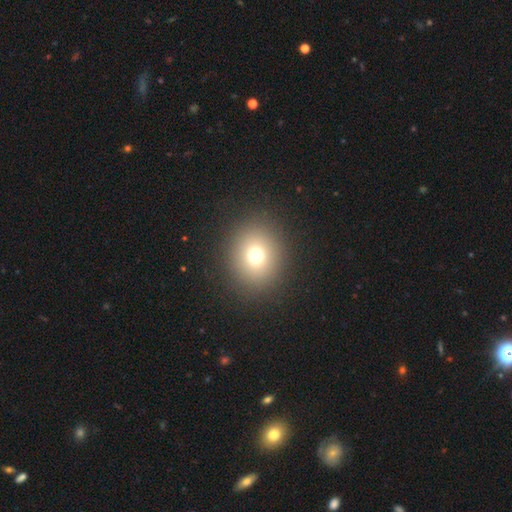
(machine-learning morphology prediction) This appears to be a smooth galaxy with no disk features (71%) that is round (77%). Merging: none (89%).